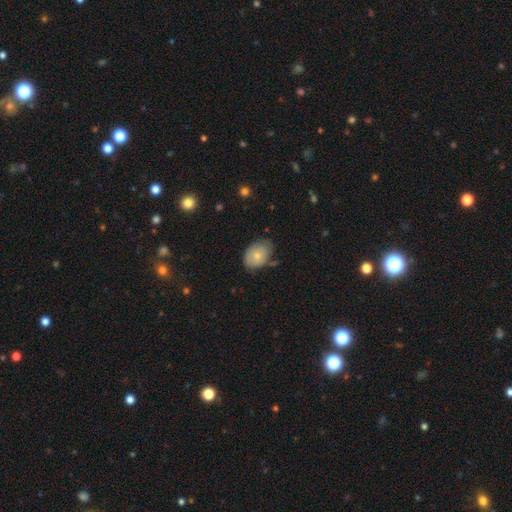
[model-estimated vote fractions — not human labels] smooth_or_featured: smooth (p=0.71) [alt: featured or disk p=0.22]
how_rounded: in between (p=0.77) [alt: round p=0.22]
merging: none (p=0.65) [alt: minor disturbance p=0.27]